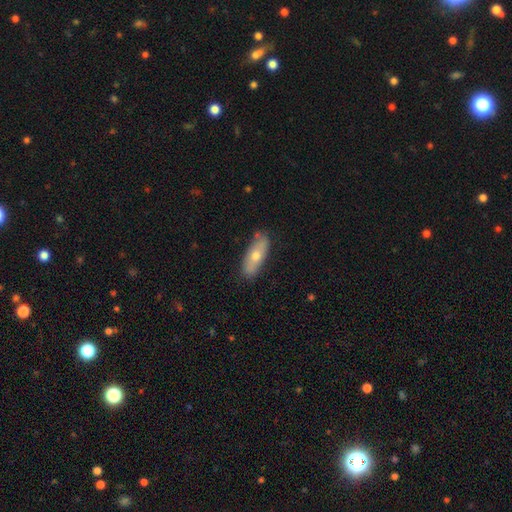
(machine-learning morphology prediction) Smooth or featured? Predicted: smooth (p=0.62). How rounded? Predicted: in between (p=0.67). Merging? Predicted: none (p=0.81).